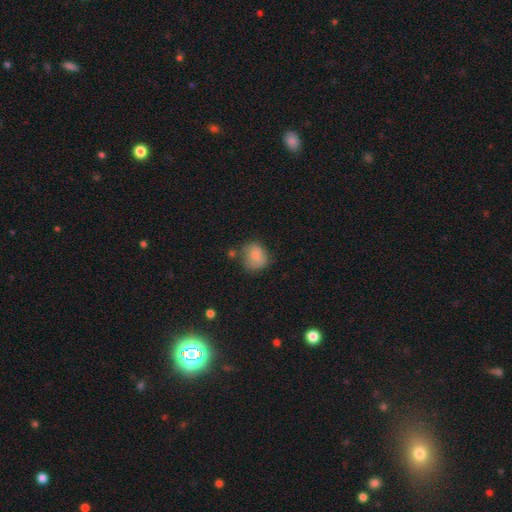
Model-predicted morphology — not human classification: A smooth galaxy with no disk features (78%) that is round (64%).

Vote fractions:
- Smooth or featured? smooth: 78% / featured or disk: 14% / star or artifact: 9%
- How rounded? round: 64% / in between: 35% / cigar-shaped: 1%
- Merging? none: 55% / minor disturbance: 28% / major disturbance: 9% / merger: 8%